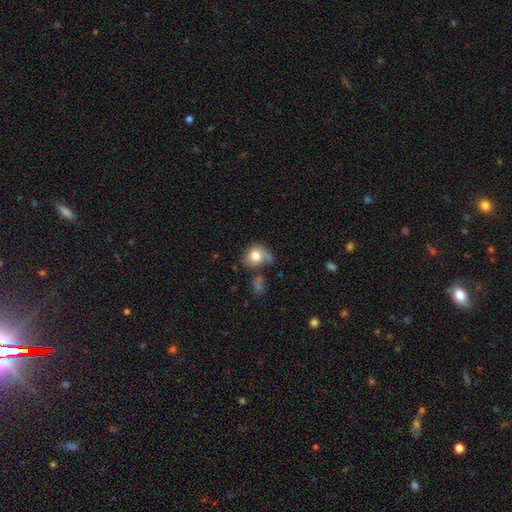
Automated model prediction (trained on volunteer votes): Overall: smooth (76%). How rounded: round (68%; in between 31%). Merging: none (41%; minor disturbance 24%).